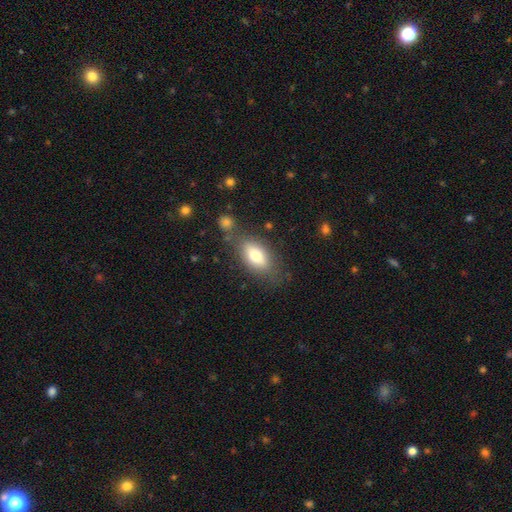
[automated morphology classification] smooth-or-featured: smooth: 73% | featured or disk: 20% | star or artifact: 8%
  how-rounded: in between: 85% | cigar-shaped: 9% | round: 6%
  merging: none: 69% | minor disturbance: 17% | merger: 8% | major disturbance: 6%